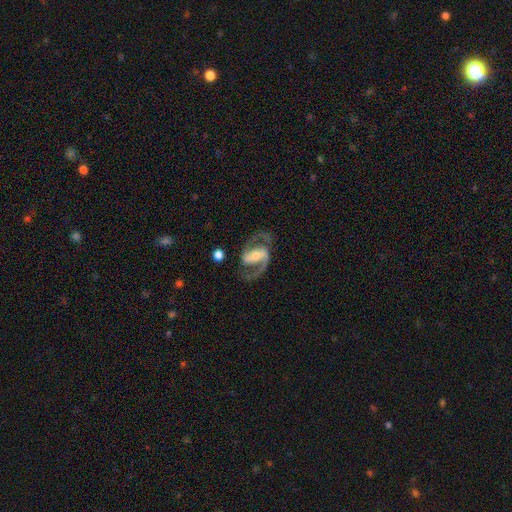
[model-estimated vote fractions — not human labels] Smooth or featured? Predicted: featured or disk (p=0.91). Edge-on disk? Predicted: no (p=0.97). Bar? Predicted: strong (p=0.55). Spiral arms? Predicted: yes (p=0.97). Spiral winding? Predicted: medium (p=0.61). Spiral arm count? Predicted: 2 (p=0.93). Bulge size? Predicted: small (p=0.46). Merging? Predicted: none (p=0.78).